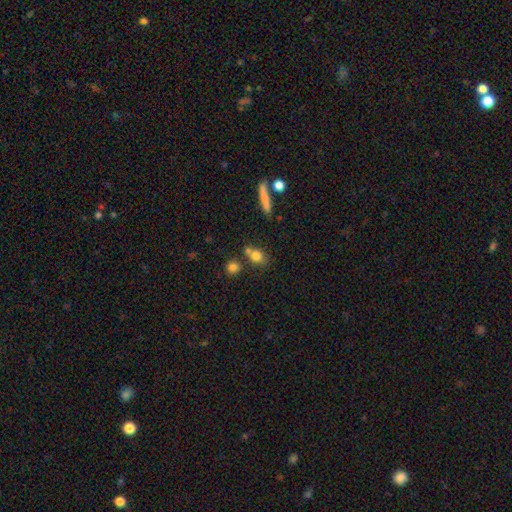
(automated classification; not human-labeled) smooth-or-featured: smooth: 77% | featured or disk: 12% | star or artifact: 11%
  how-rounded: round: 59% | in between: 36% | cigar-shaped: 5%
  merging: none: 54% | merger: 30% | minor disturbance: 12% | major disturbance: 5%